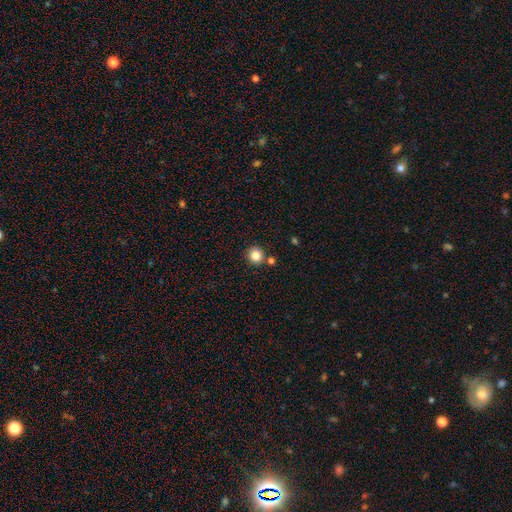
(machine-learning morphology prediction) Overall: smooth (84%). How rounded: round (94%). Merging: none (83%).